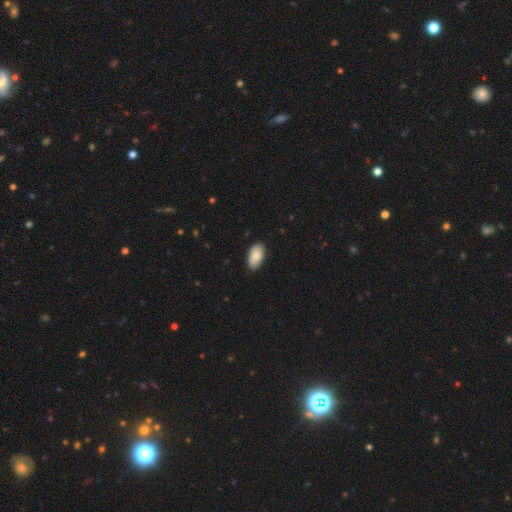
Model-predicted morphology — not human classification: Overall: smooth (76%). How rounded: in between (95%). Merging: none (82%).